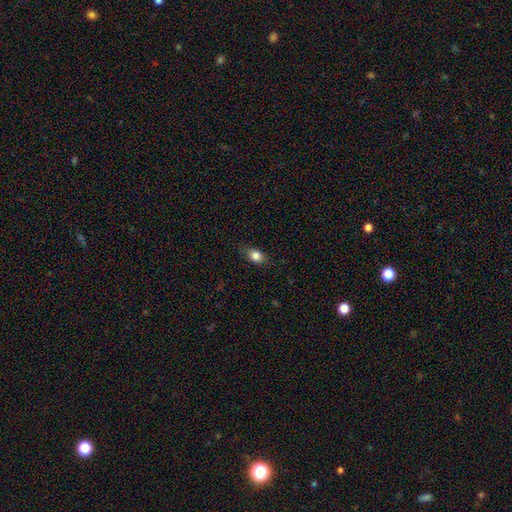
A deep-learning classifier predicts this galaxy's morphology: Smooth or featured: smooth — 80% (featured or disk — 11%)
How rounded: in between — 76% (round — 18%)
Merging: none — 80% (minor disturbance — 15%)